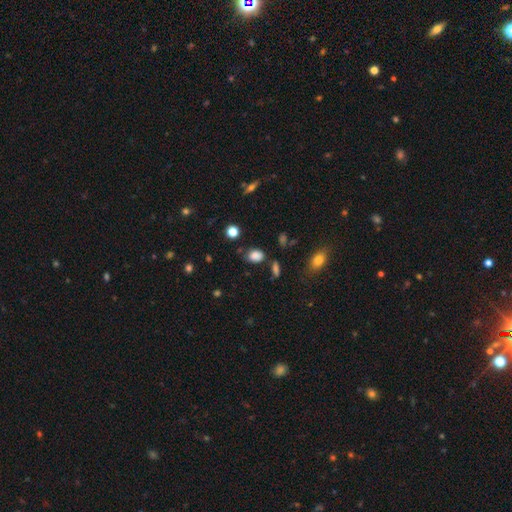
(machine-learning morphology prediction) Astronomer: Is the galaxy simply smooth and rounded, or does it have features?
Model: smooth — 83%.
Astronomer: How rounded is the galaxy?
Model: in between — 73%.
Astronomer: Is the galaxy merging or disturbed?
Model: none — 74%.